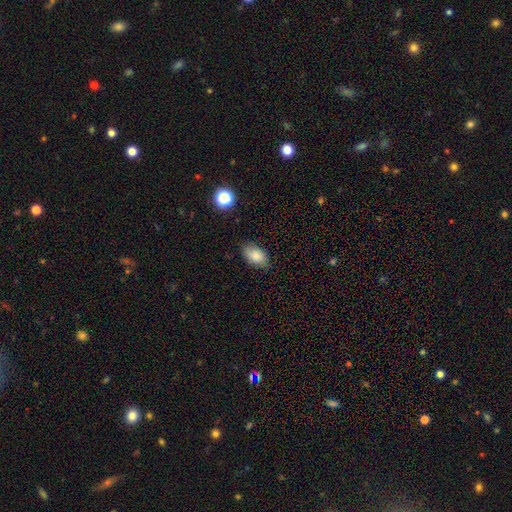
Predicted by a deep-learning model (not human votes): A smooth galaxy with no disk features (86%) that is in between round and cigar-shaped (93%). Merging: none (83%).